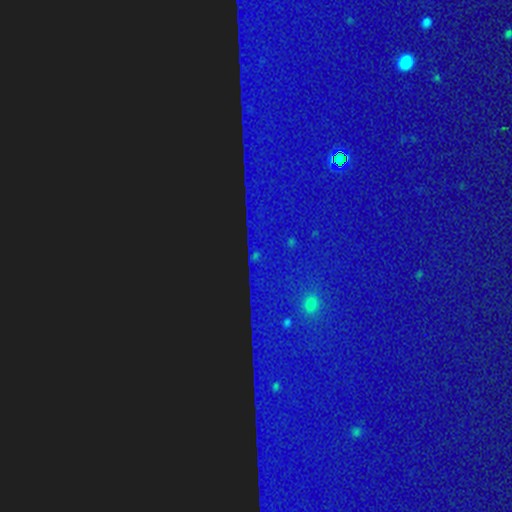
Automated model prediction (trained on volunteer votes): Q: Smooth or featured?
A: star or artifact (85%); runner-up: featured or disk (7%)